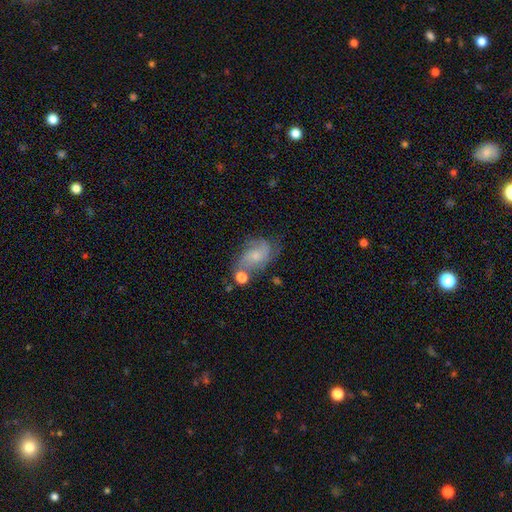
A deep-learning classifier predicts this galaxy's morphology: Overall: featured or disk (59%; smooth 31%). Edge-on disk: no (96%). Bar: no (74%). Spiral arms: yes (84%). Bulge size: small (64%; moderate 25%). Merging: none (48%; minor disturbance 24%).